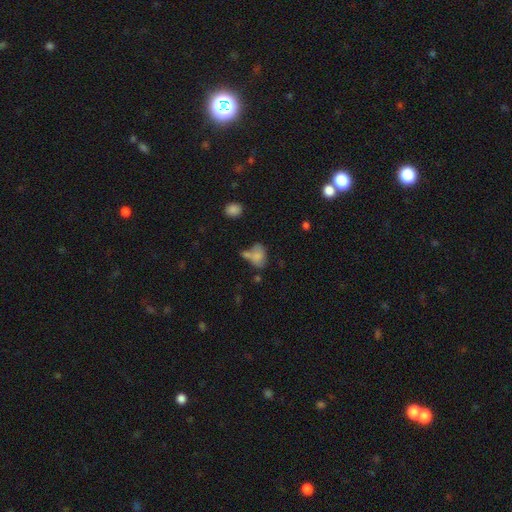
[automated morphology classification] smooth-or-featured: smooth: 74% | featured or disk: 15% | star or artifact: 11%
  how-rounded: in between: 76% | round: 23% | cigar-shaped: 2%
  merging: merger: 37% | none: 33% | minor disturbance: 19% | major disturbance: 12%